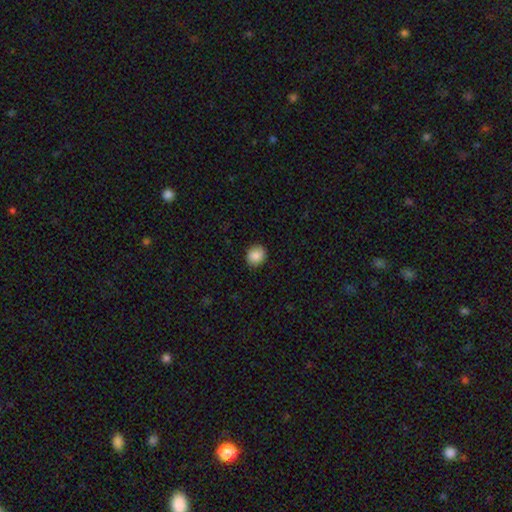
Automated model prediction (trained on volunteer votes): Overall: smooth (88%). How rounded: round (72%). Merging: none (89%).